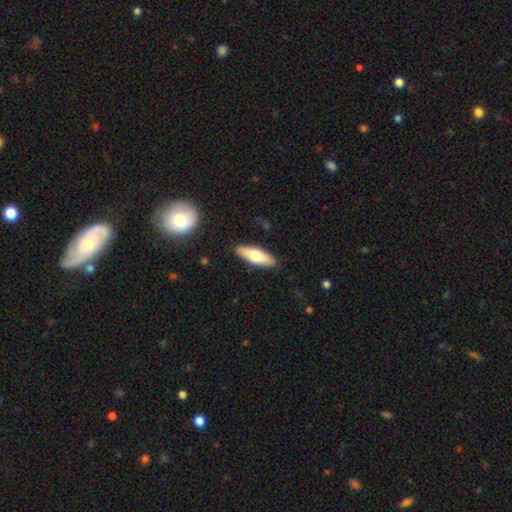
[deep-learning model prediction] A smooth galaxy with no disk features (64%) that is in between round and cigar-shaped (58%).

Vote fractions:
- Smooth or featured? smooth: 64% / featured or disk: 31% / star or artifact: 6%
- How rounded? in between: 58% / cigar-shaped: 40% / round: 2%
- Merging? none: 89% / minor disturbance: 8% / major disturbance: 2% / merger: 1%